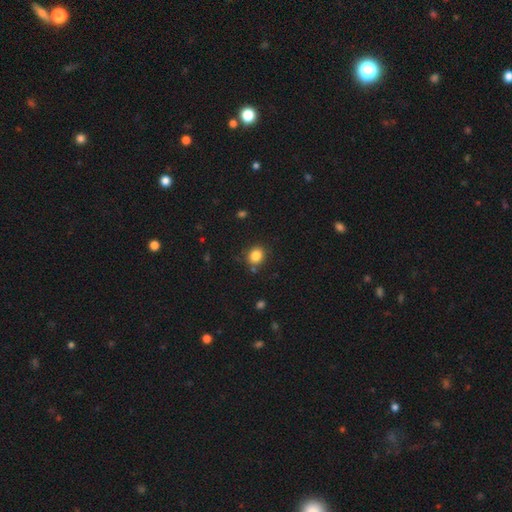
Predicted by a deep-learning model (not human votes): A smooth galaxy with no disk features (84%) that is round (67%).

Vote fractions:
- Smooth or featured? smooth: 84% / star or artifact: 10% / featured or disk: 5%
- How rounded? round: 67% / in between: 32% / cigar-shaped: 1%
- Merging? none: 81% / minor disturbance: 11% / merger: 4% / major disturbance: 3%